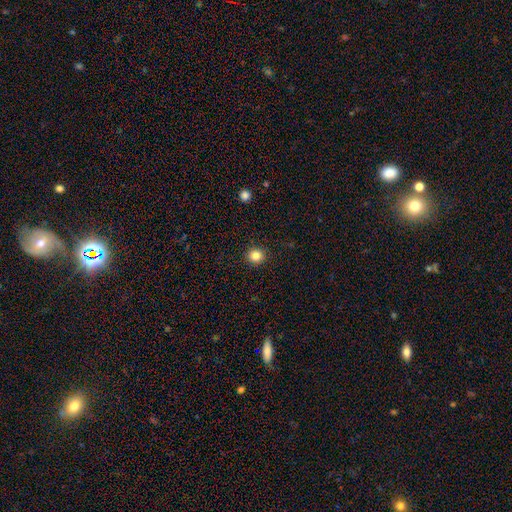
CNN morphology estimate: A smooth galaxy with no disk features (83%) that is round (90%).

Vote fractions:
- Smooth or featured? smooth: 83% / star or artifact: 12% / featured or disk: 5%
- How rounded? round: 90% / in between: 9% / cigar-shaped: 1%
- Merging? none: 92% / minor disturbance: 5% / major disturbance: 2% / merger: 1%